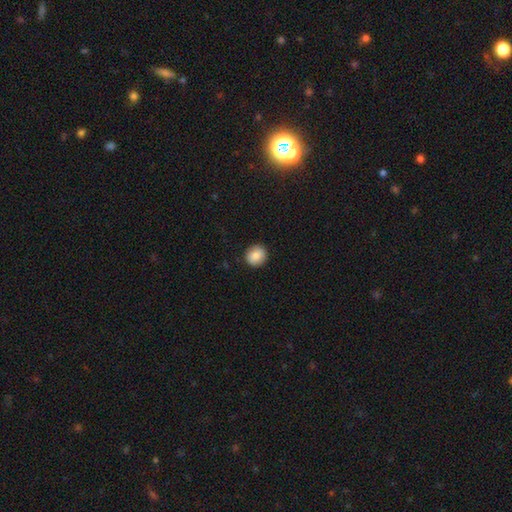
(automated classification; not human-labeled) This is clearly a smooth galaxy (85%). How rounded: clearly round (88%). Merging: clearly none (91%).